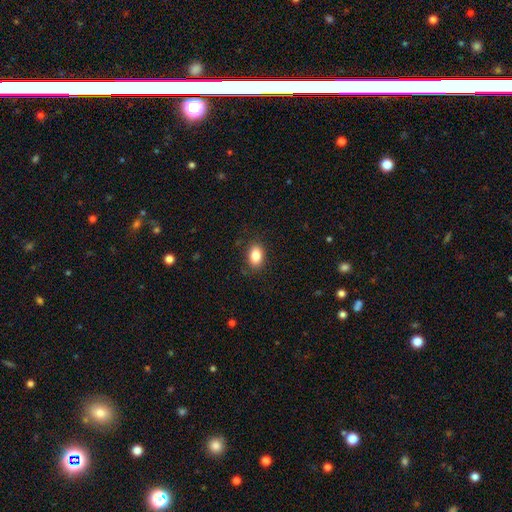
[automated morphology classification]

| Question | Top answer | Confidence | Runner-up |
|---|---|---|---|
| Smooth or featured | smooth | 84% | star or artifact (8%) |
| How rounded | in between | 85% | round (14%) |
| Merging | none | 85% | minor disturbance (11%) |